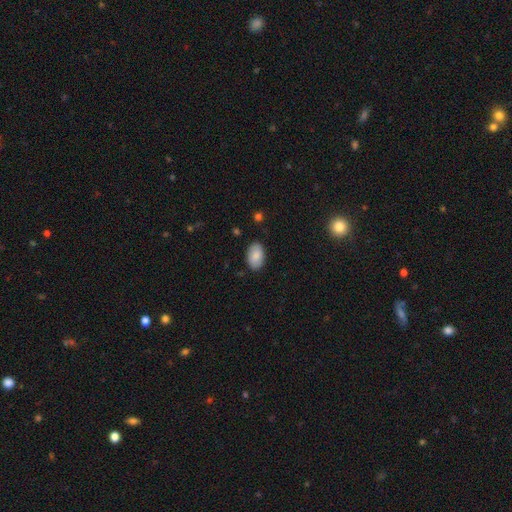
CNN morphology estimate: A smooth galaxy with no disk features (85%) that is in between round and cigar-shaped (93%).

Vote fractions:
- Smooth or featured? smooth: 85% / featured or disk: 8% / star or artifact: 6%
- How rounded? in between: 93% / round: 6% / cigar-shaped: 1%
- Merging? none: 87% / minor disturbance: 10% / major disturbance: 2% / merger: 1%